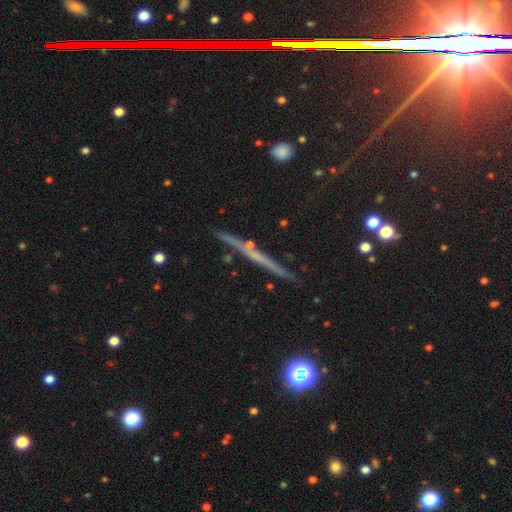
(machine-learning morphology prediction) Smooth or featured? featured or disk (61%)
Edge-on disk? yes (93%)
Edge-on bulge? none (58%)
Merging? none (84%)